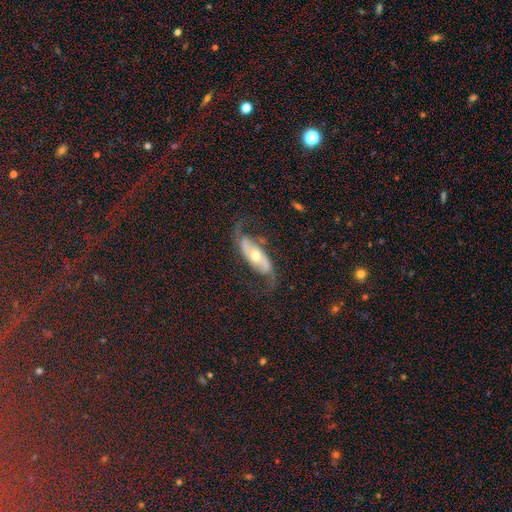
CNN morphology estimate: Smooth or featured: featured or disk — 79% (smooth — 12%)
Edge-on disk: no — 89% (yes — 11%)
Bar: no — 57% (weak — 25%)
Spiral arms: yes — 93% (no — 7%)
Spiral winding: loose — 59% (medium — 29%)
Spiral arm count: 2 — 93% (can't tell — 3%)
Bulge size: moderate — 67% (small — 25%)
Merging: none — 72% (minor disturbance — 14%)